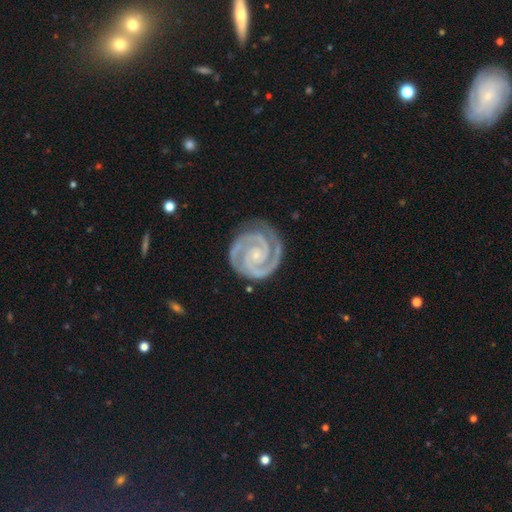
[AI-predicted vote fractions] smooth_or_featured: featured or disk (p=0.94) [alt: star or artifact p=0.03]
disk_edge_on: no (p=0.98) [alt: yes p=0.02]
bar: no (p=0.67) [alt: weak p=0.22]
has_spiral_arms: yes (p=0.99) [alt: no p=0.01]
spiral_winding: tight (p=0.79) [alt: medium p=0.19]
spiral_arm_count: 2 (p=0.88) [alt: 3 p=0.06]
bulge_size: small (p=0.80) [alt: moderate p=0.13]
merging: none (p=0.83) [alt: minor disturbance p=0.13]